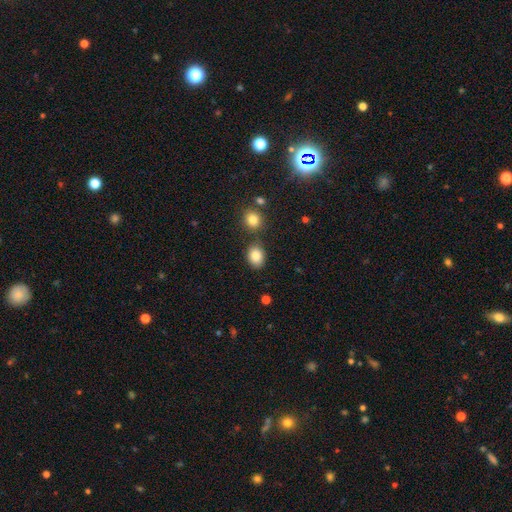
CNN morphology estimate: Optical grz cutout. It shows a smooth galaxy with no disk features (84%) that is in between round and cigar-shaped (63%). Merging: none (76%).